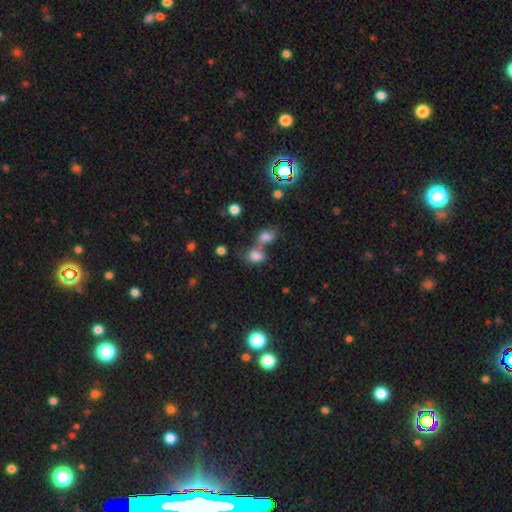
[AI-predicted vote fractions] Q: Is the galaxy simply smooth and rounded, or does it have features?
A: smooth — 77%.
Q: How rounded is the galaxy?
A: in between — 78%.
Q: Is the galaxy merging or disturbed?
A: merger — 50%.